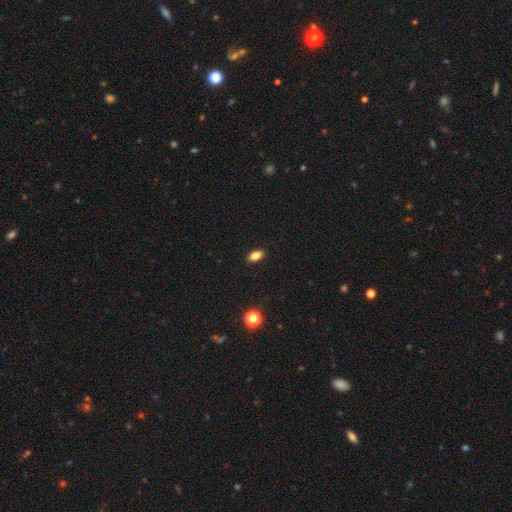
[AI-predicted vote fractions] A smooth galaxy with no disk features (81%) that is in between round and cigar-shaped (87%). Merging: none (90%).